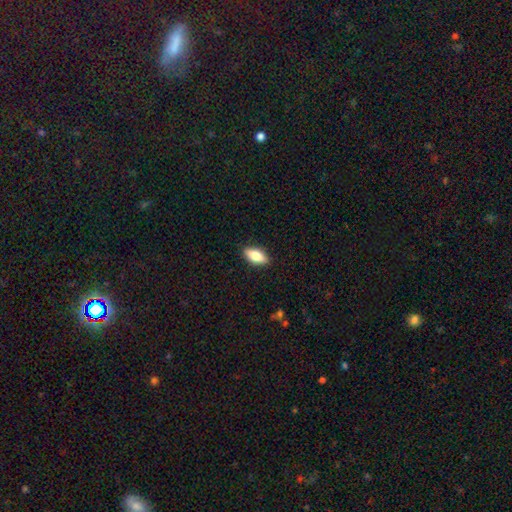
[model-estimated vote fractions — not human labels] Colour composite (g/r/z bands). It shows a smooth galaxy with no disk features (80%) that is in between round and cigar-shaped (85%). Merging: none (88%).